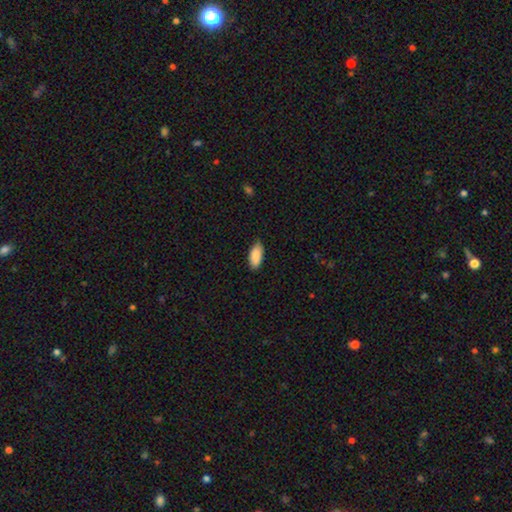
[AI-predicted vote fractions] Smooth or featured?
  - smooth: 90% *
  - star or artifact: 6%
  - featured or disk: 4%
How rounded?
  - in between: 90% *
  - cigar-shaped: 8%
  - round: 2%
Merging?
  - none: 81% *
  - minor disturbance: 15%
  - major disturbance: 2%
  - merger: 1%